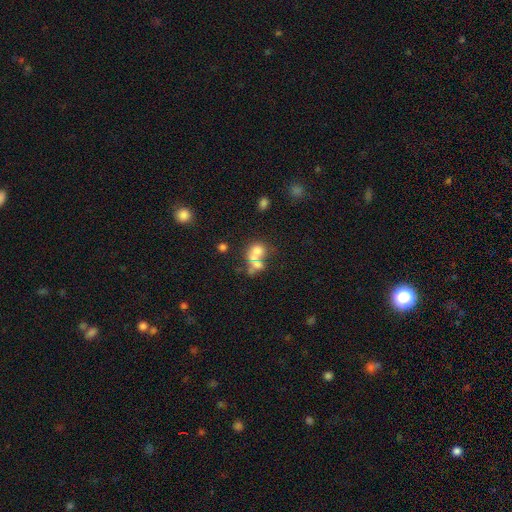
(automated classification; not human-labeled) This appears to be a smooth galaxy with no disk features (64%) that is round (61%). Merging: merger (53%).